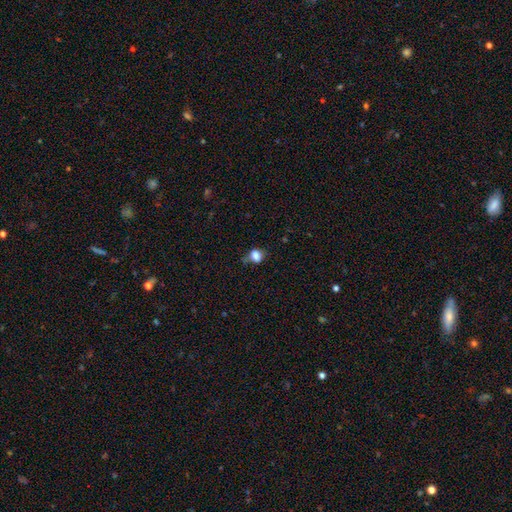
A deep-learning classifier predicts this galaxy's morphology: Smooth or featured? smooth (81%)
How rounded? round (51%)
Merging? none (53%)